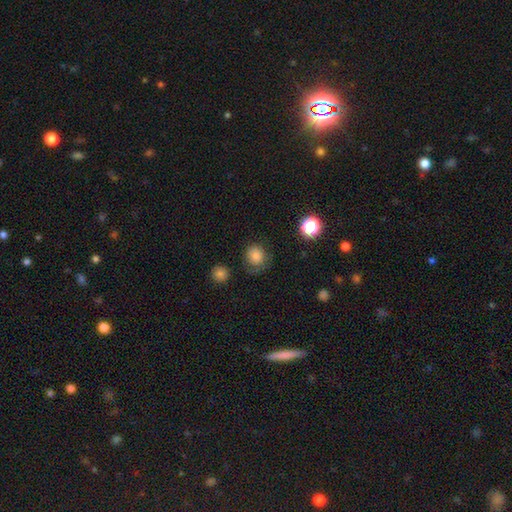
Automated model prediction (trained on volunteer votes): The model was most divided on "merging": none: 65%, minor disturbance: 21%, major disturbance: 11%, merger: 3%. More confident: how rounded — round (85%); smooth or featured — smooth (80%).